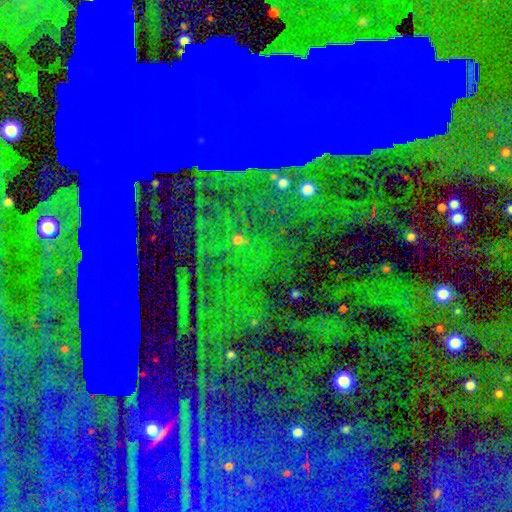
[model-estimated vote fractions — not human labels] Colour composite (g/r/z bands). It shows a star or artifact, not a galaxy (83%).